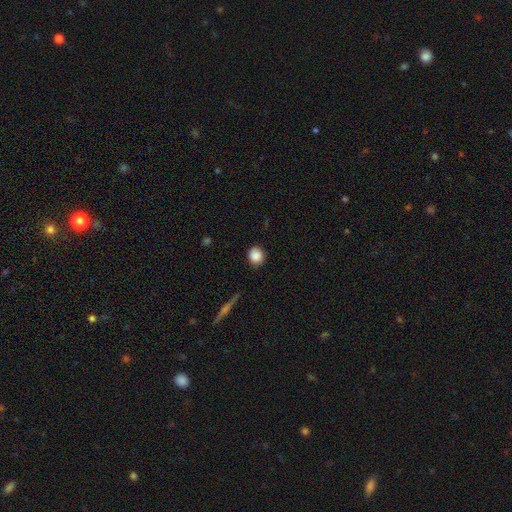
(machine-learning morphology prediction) The model was most divided on "how rounded": round: 83%, in between: 15%, cigar-shaped: 1%. More confident: smooth or featured — smooth (87%); merging — none (86%).